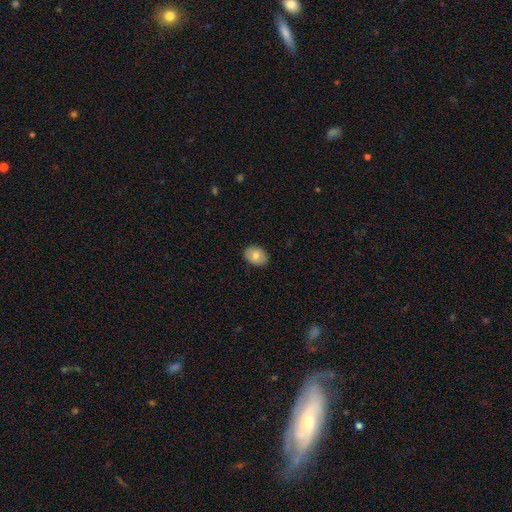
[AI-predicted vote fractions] smooth_or_featured: smooth (p=0.79) [alt: featured or disk p=0.14]
how_rounded: in between (p=0.75) [alt: round p=0.24]
merging: none (p=0.88) [alt: minor disturbance p=0.09]